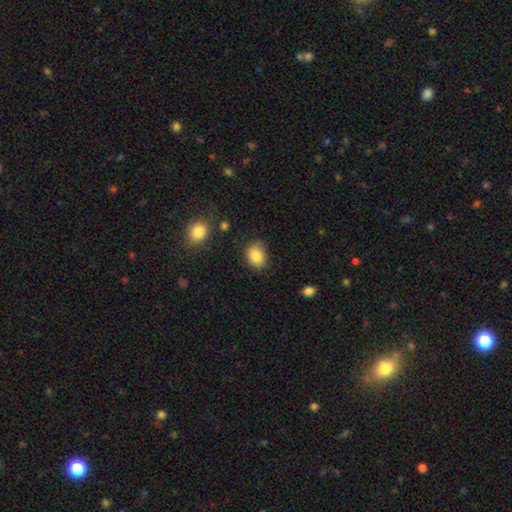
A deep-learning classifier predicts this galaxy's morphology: Smooth or featured? smooth (85%)
How rounded? in between (54%)
Merging? none (77%)